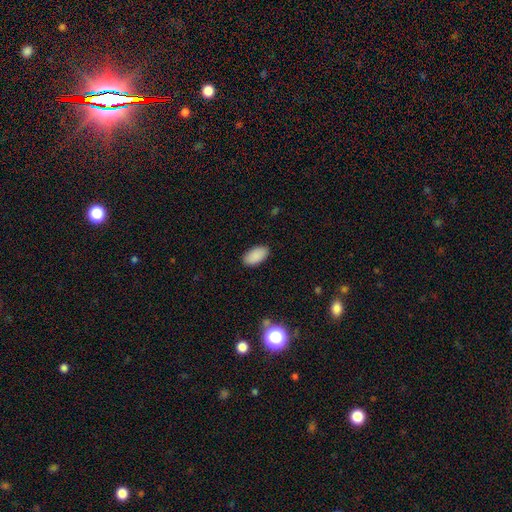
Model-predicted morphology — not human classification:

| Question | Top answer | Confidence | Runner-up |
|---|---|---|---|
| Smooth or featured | smooth | 90% | star or artifact (7%) |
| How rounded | in between | 96% | round (2%) |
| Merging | none | 88% | minor disturbance (9%) |